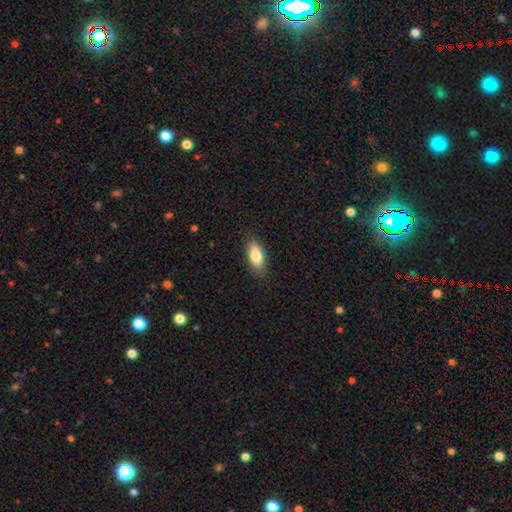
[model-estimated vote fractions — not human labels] Q: Smooth or featured?
A: smooth (80%); runner-up: featured or disk (13%)
Q: How rounded?
A: in between (88%); runner-up: cigar-shaped (8%)
Q: Merging?
A: none (86%); runner-up: minor disturbance (11%)